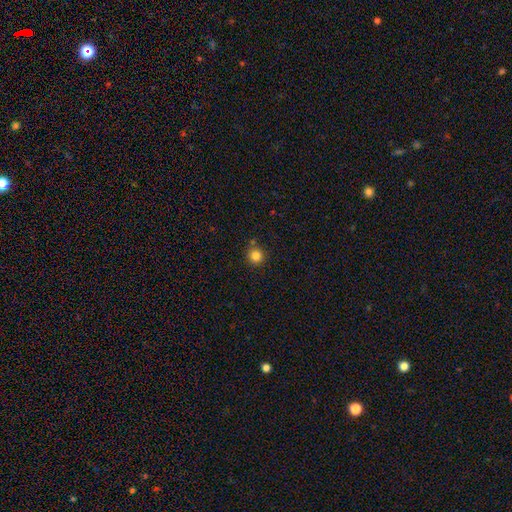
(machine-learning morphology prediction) smooth-or-featured: smooth: 83% | star or artifact: 12% | featured or disk: 5%
  how-rounded: round: 94% | in between: 6% | cigar-shaped: 1%
  merging: none: 82% | minor disturbance: 10% | merger: 6% | major disturbance: 3%